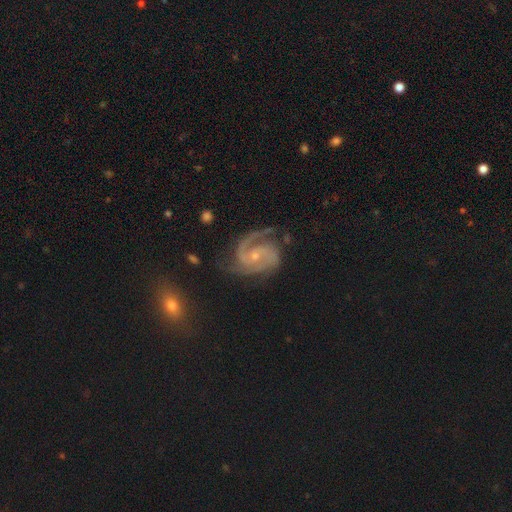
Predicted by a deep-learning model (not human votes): A featured or disk galaxy (92%) with no bar (56%), 2 (65%) medium (52%) spiral arms (98%) and a small central bulge (73%). Merging: none (68%).